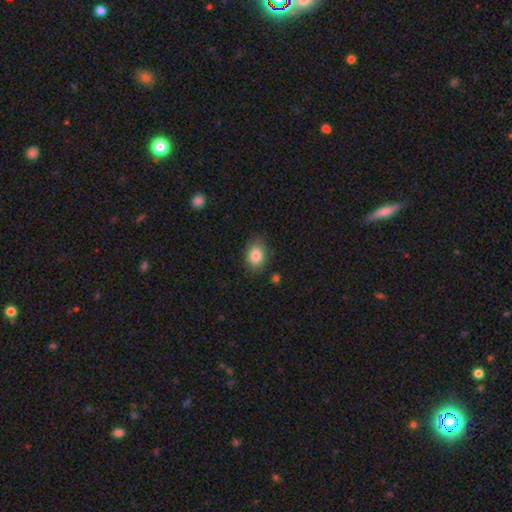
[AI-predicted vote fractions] smooth_or_featured: smooth (p=0.84) [alt: star or artifact p=0.09]
how_rounded: in between (p=0.66) [alt: round p=0.33]
merging: none (p=0.79) [alt: minor disturbance p=0.15]